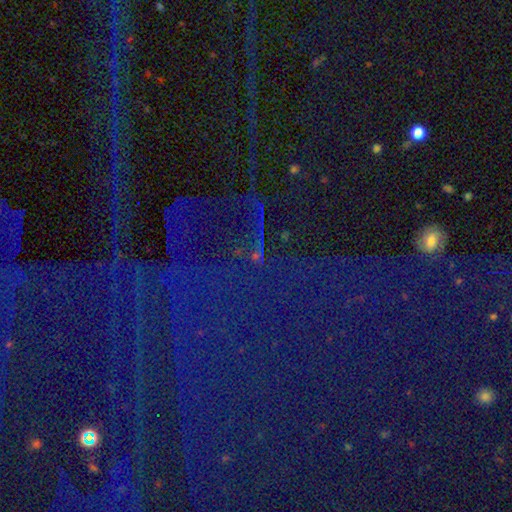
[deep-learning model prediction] star or artifact 85%, smooth 8%, featured or disk 7%.